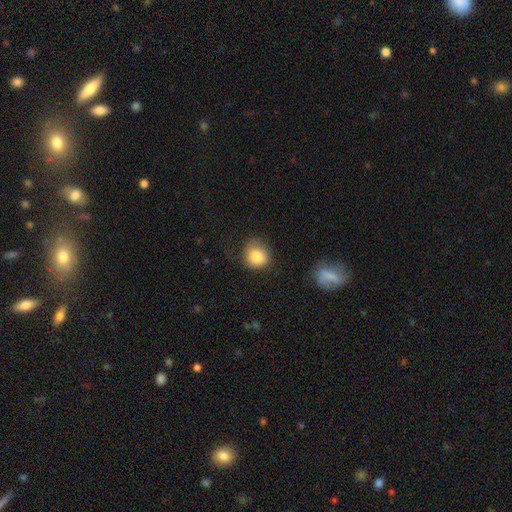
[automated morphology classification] smooth 82%, featured or disk 9%, star or artifact 9%. Down the decision tree: how rounded — round (73%); merging — none (64%).